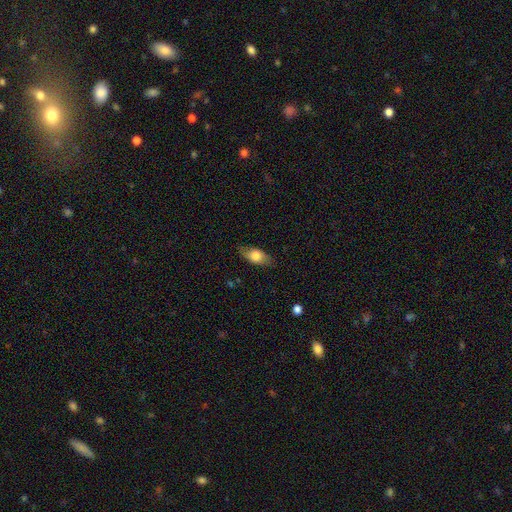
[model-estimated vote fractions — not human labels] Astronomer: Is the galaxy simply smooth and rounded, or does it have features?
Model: smooth — 71%.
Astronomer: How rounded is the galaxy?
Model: in between — 84%.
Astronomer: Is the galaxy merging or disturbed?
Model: none — 80%.